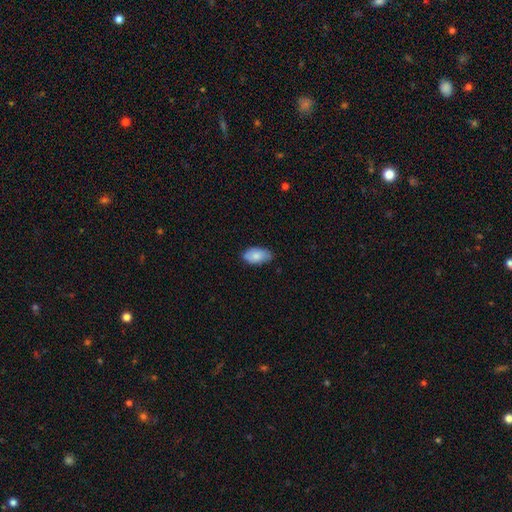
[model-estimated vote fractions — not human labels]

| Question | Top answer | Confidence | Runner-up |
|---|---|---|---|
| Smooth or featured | smooth | 81% | featured or disk (13%) |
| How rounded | in between | 94% | round (4%) |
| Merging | none | 74% | minor disturbance (22%) |